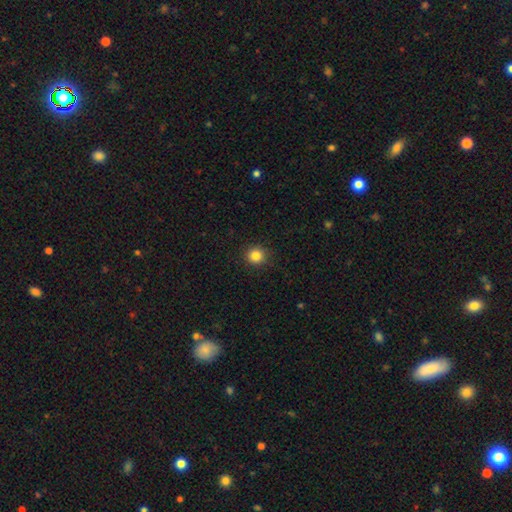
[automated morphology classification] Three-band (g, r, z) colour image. It shows a smooth galaxy with no disk features (84%) that is round (92%). Merging: none (92%).